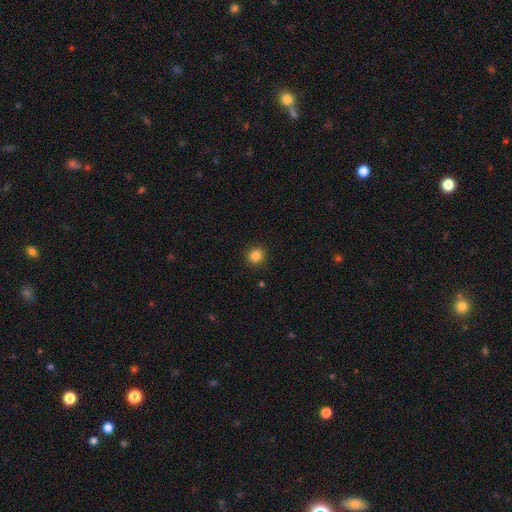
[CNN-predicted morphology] A smooth galaxy with no disk features (85%) that is round (92%).

Vote fractions:
- Smooth or featured? smooth: 85% / star or artifact: 11% / featured or disk: 4%
- How rounded? round: 92% / in between: 7% / cigar-shaped: 1%
- Merging? none: 92% / minor disturbance: 5% / major disturbance: 2% / merger: 1%